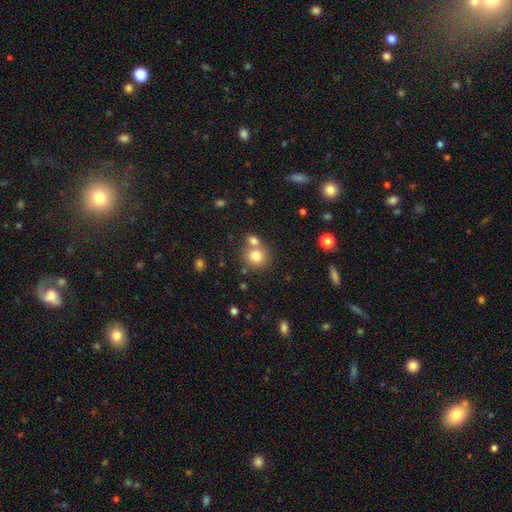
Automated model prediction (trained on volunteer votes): A smooth galaxy with no disk features (79%) that is round (80%).

Vote fractions:
- Smooth or featured? smooth: 79% / star or artifact: 11% / featured or disk: 10%
- How rounded? round: 80% / in between: 19% / cigar-shaped: 1%
- Merging? none: 52% / merger: 37% / minor disturbance: 8% / major disturbance: 3%